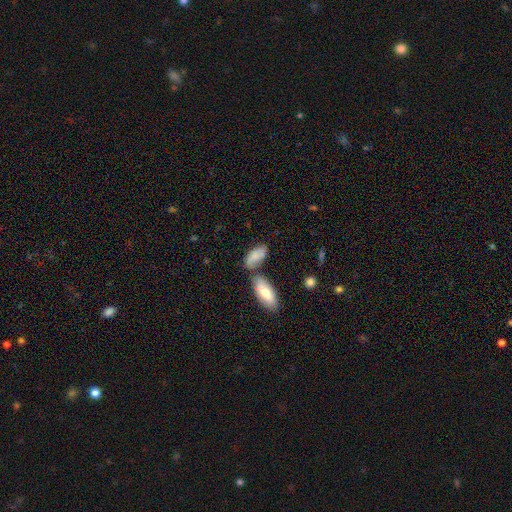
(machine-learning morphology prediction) The model was most divided on "merging": none: 44%, merger: 30%, minor disturbance: 19%, major disturbance: 7%. More confident: how rounded — in between (85%); smooth or featured — smooth (70%).